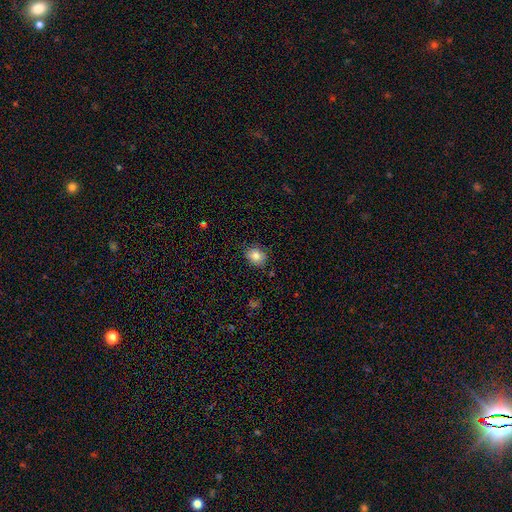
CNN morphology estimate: Q: Smooth or featured?
A: smooth (81%); runner-up: star or artifact (10%)
Q: How rounded?
A: round (56%); runner-up: in between (43%)
Q: Merging?
A: none (81%); runner-up: minor disturbance (15%)